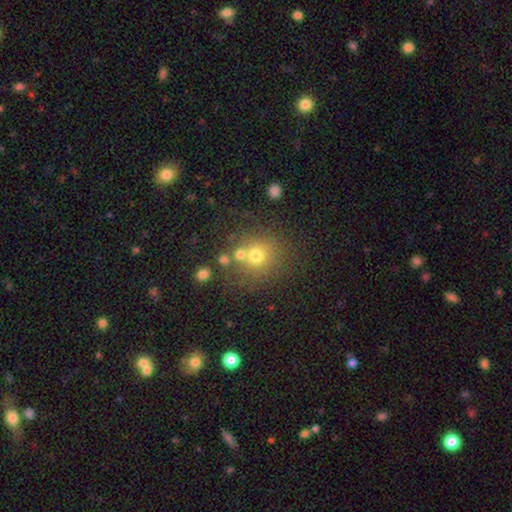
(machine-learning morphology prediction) Smooth or featured: smooth — 68% (star or artifact — 17%)
How rounded: round — 87% (in between — 12%)
Merging: none — 63% (merger — 20%)